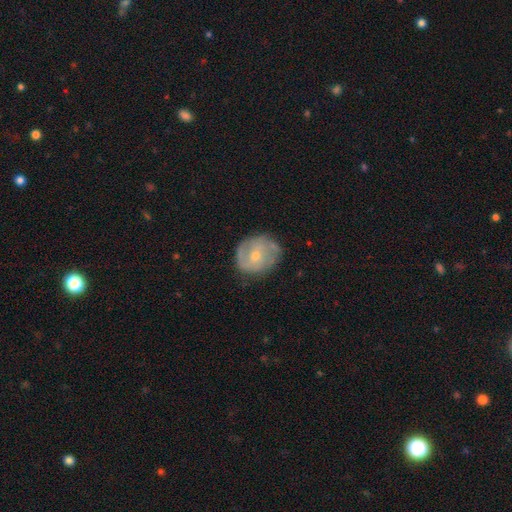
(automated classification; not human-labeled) featured or disk 61%, smooth 32%, star or artifact 7%. Down the decision tree: edge-on disk — no (97%); bar — no (66%); spiral arms — yes (73%); bulge size — small (56%); merging — none (69%).